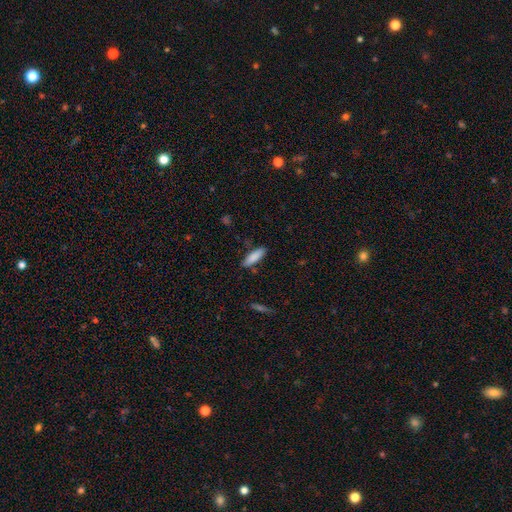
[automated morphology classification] This appears to be a smooth galaxy with no disk features (85%) that is cigar-shaped (54%). Merging: none (83%).